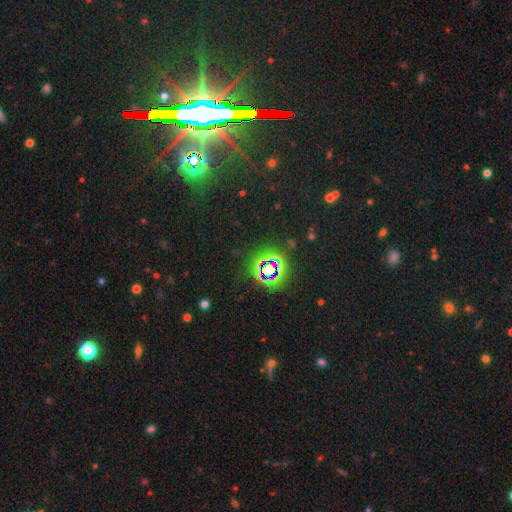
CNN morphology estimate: The model was most divided on "smooth or featured": star or artifact: 73%, smooth: 16%, featured or disk: 11%.